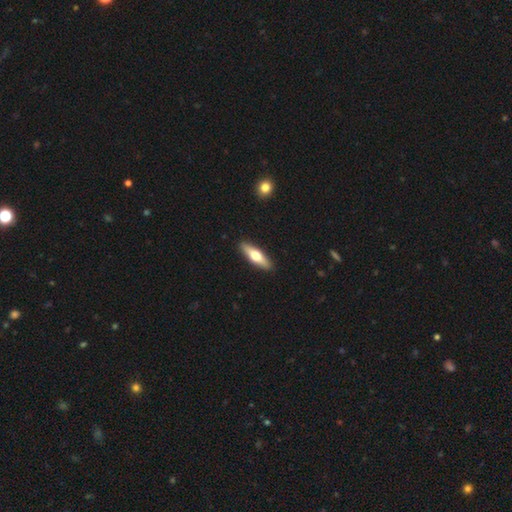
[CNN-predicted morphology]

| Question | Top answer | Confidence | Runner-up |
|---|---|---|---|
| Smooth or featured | smooth | 52% | featured or disk (44%) |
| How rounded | cigar-shaped | 65% | in between (33%) |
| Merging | none | 91% | minor disturbance (7%) |